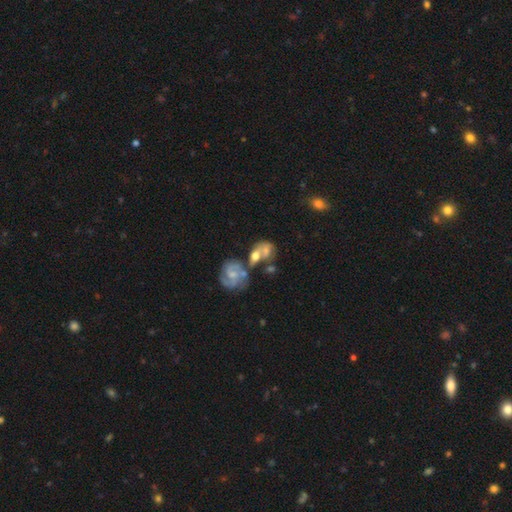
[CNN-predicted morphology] Overall: featured or disk (55%; smooth 36%). Edge-on disk: no (95%). Bar: no (70%). Spiral arms: yes (61%; no 39%). Bulge size: moderate (46%; small 32%). Merging: merger (45%; none 27%).